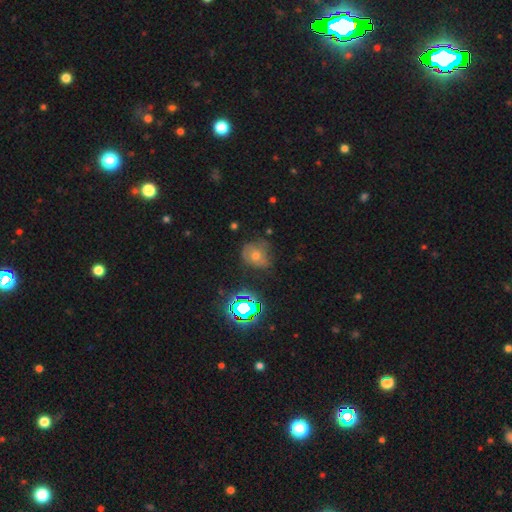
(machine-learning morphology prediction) Smooth or featured? Predicted: smooth (p=0.50). How rounded? Predicted: round (p=0.63). Merging? Predicted: none (p=0.51).